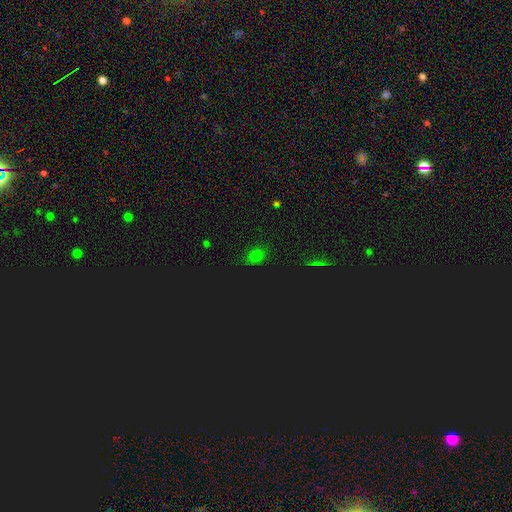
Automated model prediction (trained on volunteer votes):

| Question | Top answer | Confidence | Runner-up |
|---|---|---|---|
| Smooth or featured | smooth | 61% | star or artifact (33%) |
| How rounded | round | 49% | tied: in between (49%) |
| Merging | none | 80% | minor disturbance (14%) |